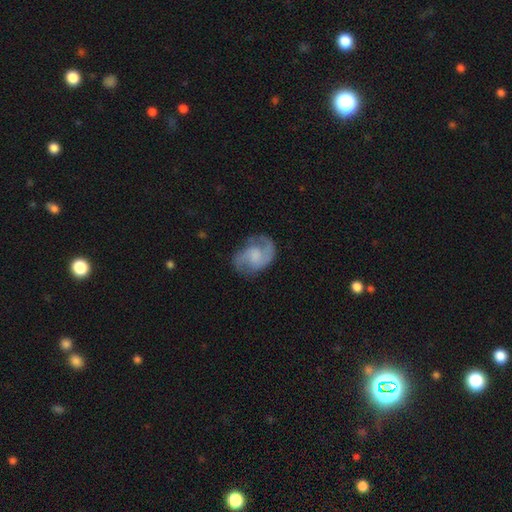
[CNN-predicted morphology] smooth-or-featured: featured or disk: 78% | smooth: 16% | star or artifact: 6%
  disk-edge-on: no: 98% | yes: 2%
    bar: no: 52% | weak: 41% | strong: 8%
    has-spiral-arms: yes: 94% | no: 6%
      spiral-winding: medium: 52% | loose: 25% | tight: 22%
      spiral-arm-count: 2: 85% | can't tell: 6% | 1: 5% | 3: 2% | 4: 1% | more than 4: 1%
    bulge-size: none: 36% | moderate: 26% | small: 25% | large: 11% | dominant: 2%
  merging: none: 71% | minor disturbance: 18% | major disturbance: 9% | merger: 2%